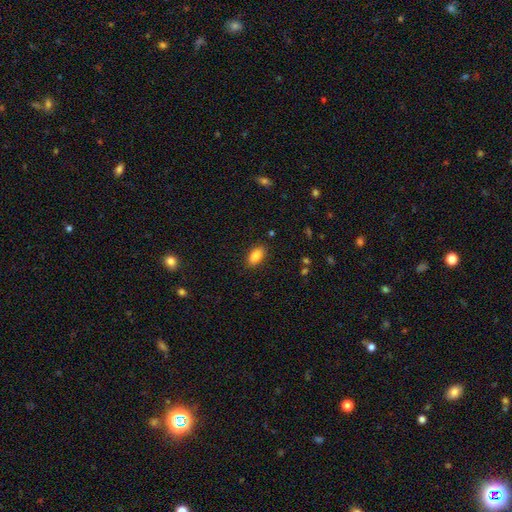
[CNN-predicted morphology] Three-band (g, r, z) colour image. It shows a smooth galaxy with no disk features (87%) that is in between round and cigar-shaped (90%). Merging: none (87%).